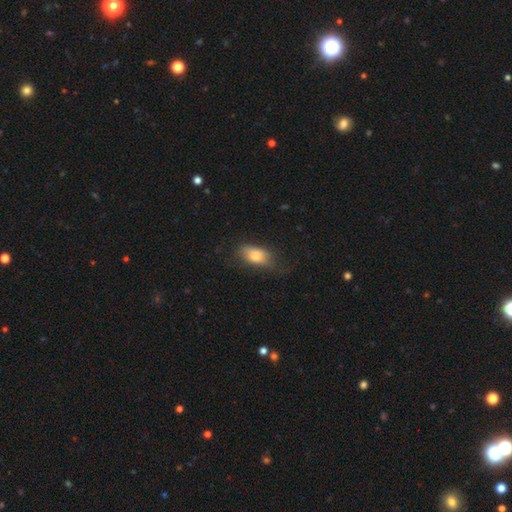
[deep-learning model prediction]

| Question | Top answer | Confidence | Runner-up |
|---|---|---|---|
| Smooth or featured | smooth | 76% | featured or disk (16%) |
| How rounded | in between | 86% | cigar-shaped (7%) |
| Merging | none | 59% | minor disturbance (28%) |